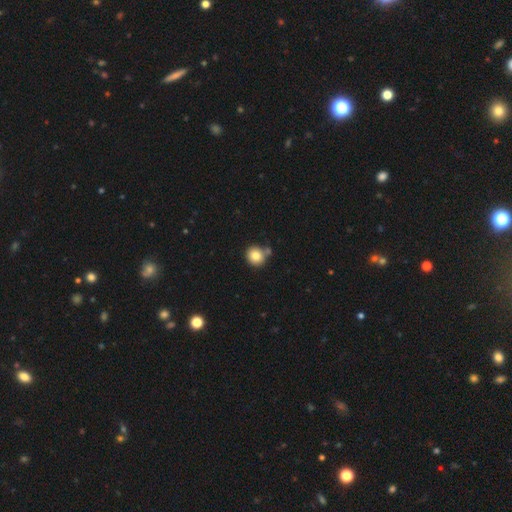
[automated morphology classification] Overall: smooth (81%). How rounded: round (90%). Merging: none (70%).